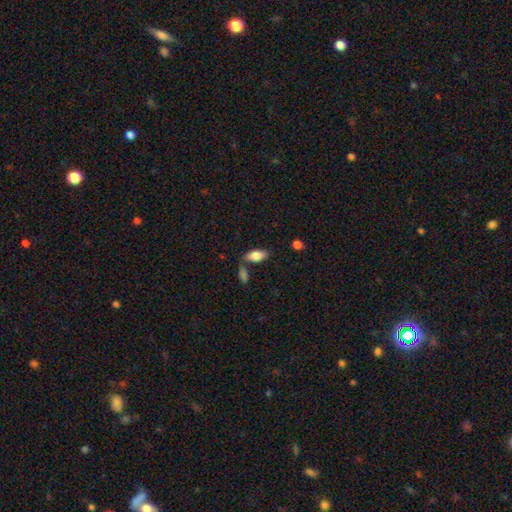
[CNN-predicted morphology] Q: Smooth or featured?
A: smooth (83%); runner-up: featured or disk (10%)
Q: How rounded?
A: in between (90%); runner-up: cigar-shaped (7%)
Q: Merging?
A: none (61%); runner-up: merger (19%)